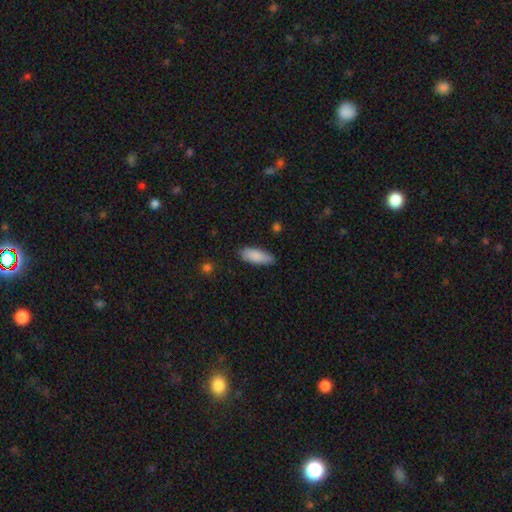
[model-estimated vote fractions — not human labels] Overall: smooth (87%). How rounded: in between (70%). Merging: none (77%).